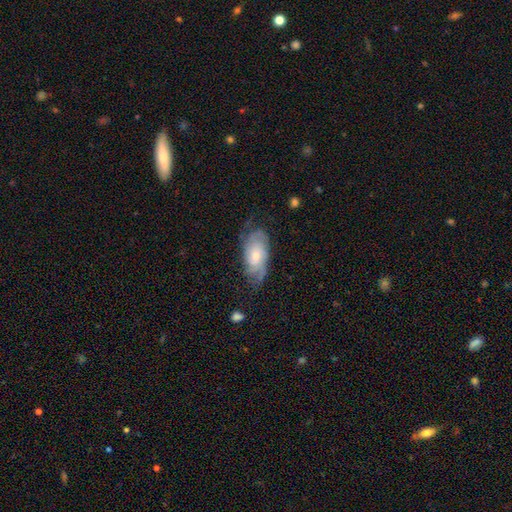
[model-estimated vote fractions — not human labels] A featured or disk galaxy (62%) with no bar (69%), tight (51%) spiral arms (88%) and a moderate central bulge (52%). Merging: none (61%).